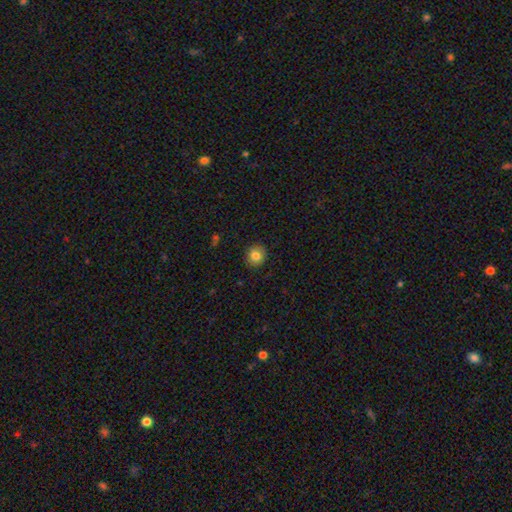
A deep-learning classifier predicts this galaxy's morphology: smooth_or_featured: smooth (p=0.82) [alt: star or artifact p=0.10]
how_rounded: round (p=0.85) [alt: in between p=0.14]
merging: none (p=0.90) [alt: minor disturbance p=0.07]